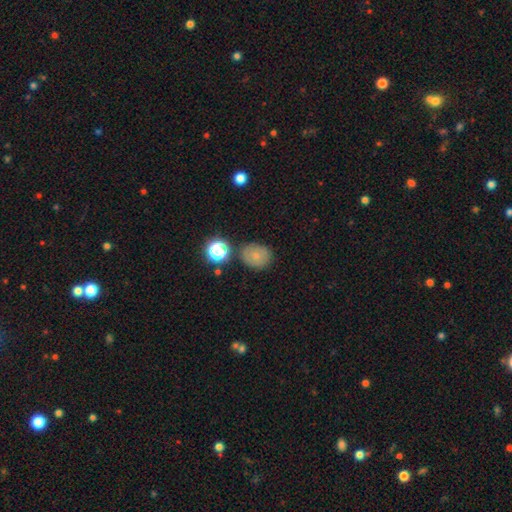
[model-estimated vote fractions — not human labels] A smooth galaxy with no disk features (71%) that is round (71%). Merging: none (76%).